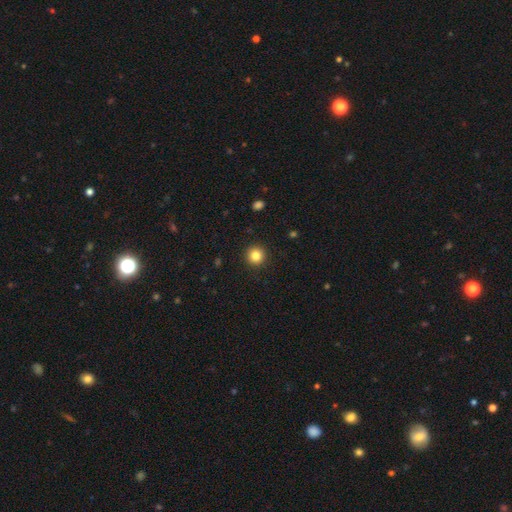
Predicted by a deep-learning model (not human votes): smooth-or-featured: smooth: 84% | star or artifact: 11% | featured or disk: 5%
  how-rounded: round: 95% | in between: 4% | cigar-shaped: 1%
  merging: none: 93% | minor disturbance: 4% | major disturbance: 2% | merger: 1%